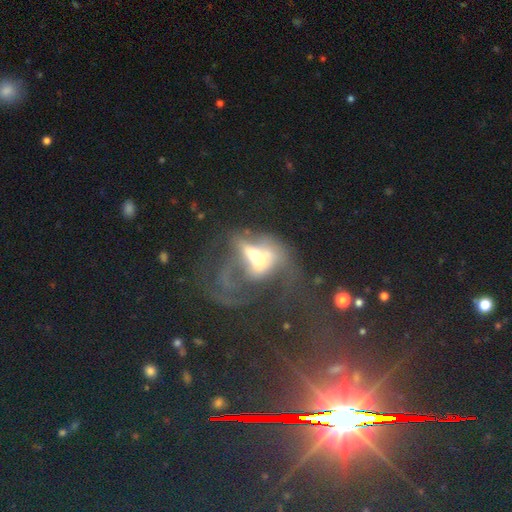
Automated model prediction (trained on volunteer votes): Morphology: type=featured or disk (61%); edge-on=no (91%); bar=no (58%); spiral arms=no (63%); bulge=moderate (52%); merging=major disturbance (46%).